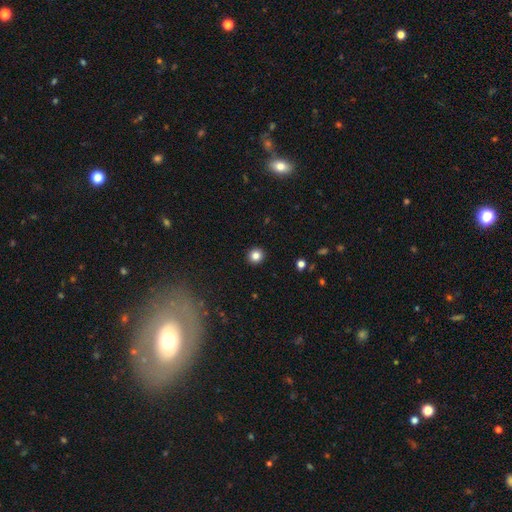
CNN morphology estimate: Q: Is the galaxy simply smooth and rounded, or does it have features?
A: smooth — 83%.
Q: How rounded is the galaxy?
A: round — 93%.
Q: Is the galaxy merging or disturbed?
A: none — 93%.